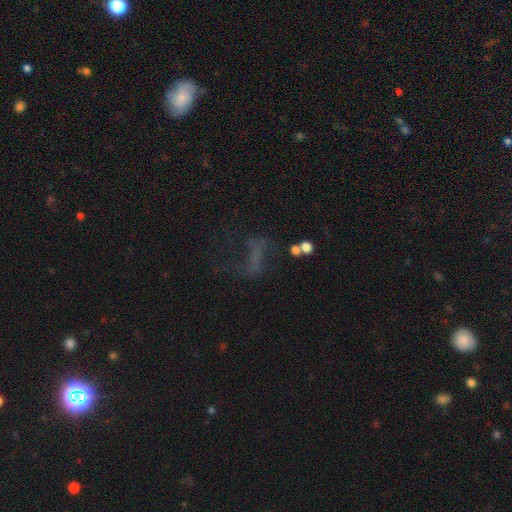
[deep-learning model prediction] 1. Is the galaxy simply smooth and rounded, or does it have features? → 39% featured or disk, 31% star or artifact, 30% smooth.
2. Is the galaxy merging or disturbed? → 40% none, 37% major disturbance, 16% minor disturbance, 7% merger.